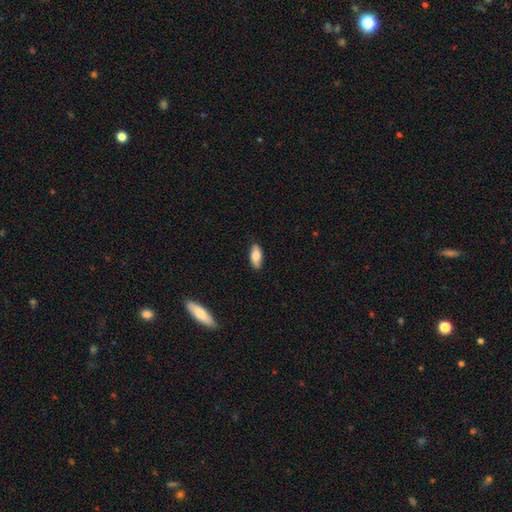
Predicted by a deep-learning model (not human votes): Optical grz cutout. It shows a smooth galaxy with no disk features (76%) that is in between round and cigar-shaped (85%). Merging: none (83%).